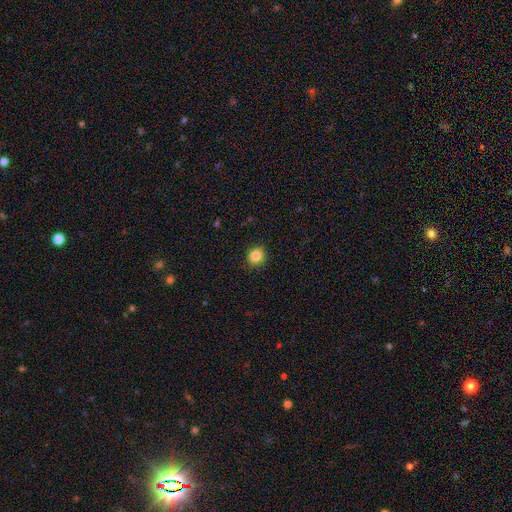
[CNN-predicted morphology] smooth_or_featured: smooth (p=0.85) [alt: star or artifact p=0.10]
how_rounded: round (p=0.88) [alt: in between p=0.11]
merging: none (p=0.90) [alt: minor disturbance p=0.07]